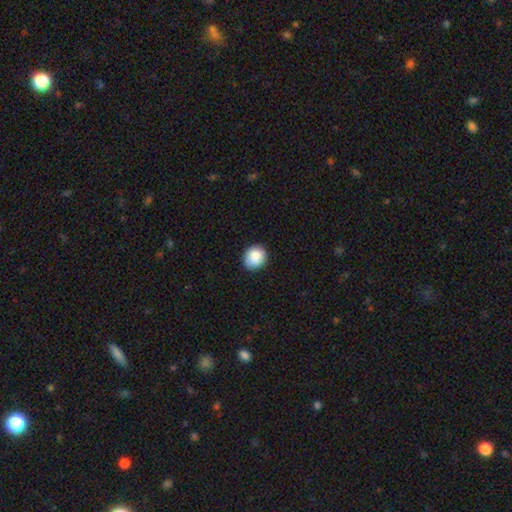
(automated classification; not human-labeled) smooth-or-featured: smooth: 86% | star or artifact: 8% | featured or disk: 6%
  how-rounded: round: 78% | in between: 21% | cigar-shaped: 1%
  merging: none: 84% | minor disturbance: 13% | major disturbance: 2% | merger: 1%